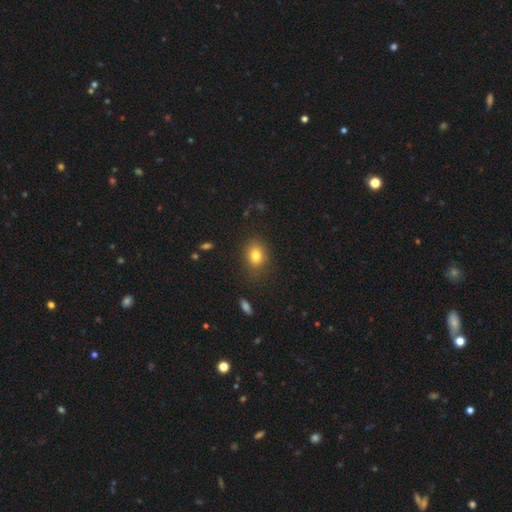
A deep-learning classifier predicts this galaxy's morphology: Smooth or featured? Predicted: smooth (p=0.80). How rounded? Predicted: in between (p=0.58). Merging? Predicted: none (p=0.80).